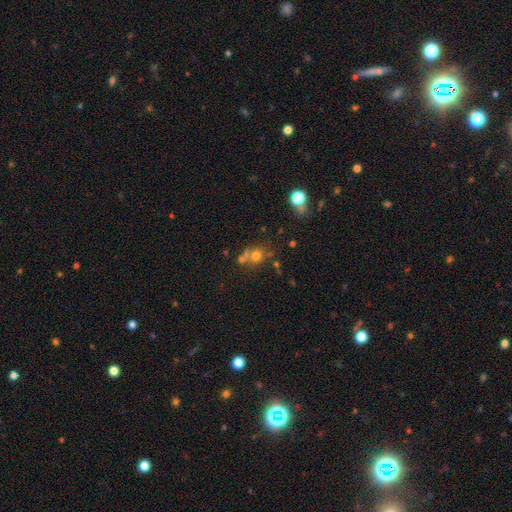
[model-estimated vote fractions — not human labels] Smooth or featured?
  - smooth: 64% *
  - star or artifact: 20%
  - featured or disk: 16%
How rounded?
  - round: 79% *
  - in between: 20%
  - cigar-shaped: 1%
Merging?
  - none: 50% *
  - merger: 32%
  - minor disturbance: 11%
  - major disturbance: 6%